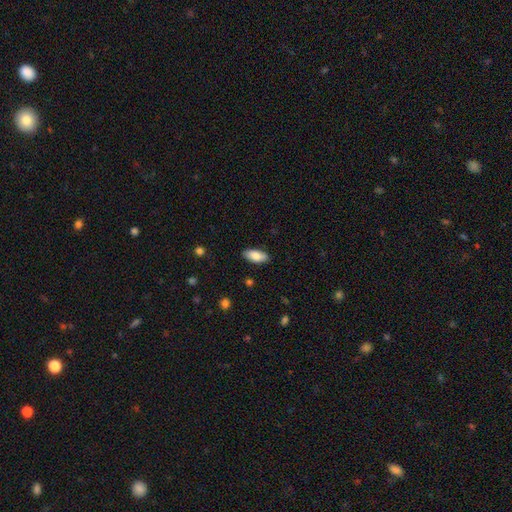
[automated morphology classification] Q: Smooth or featured?
A: smooth (82%); runner-up: featured or disk (12%)
Q: How rounded?
A: in between (88%); runner-up: cigar-shaped (10%)
Q: Merging?
A: none (87%); runner-up: minor disturbance (10%)